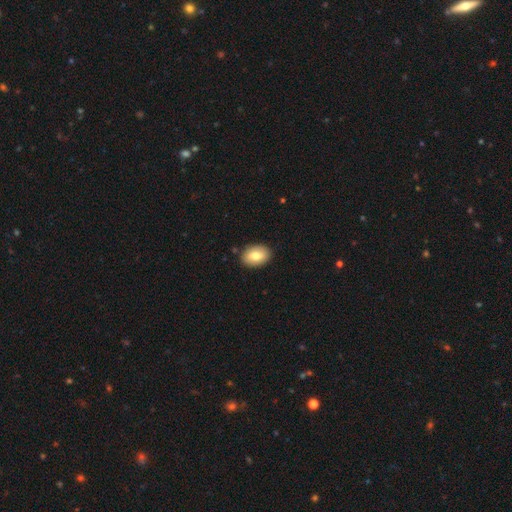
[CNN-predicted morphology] Smooth or featured? Predicted: smooth (p=0.78). How rounded? Predicted: in between (p=0.83). Merging? Predicted: none (p=0.88).